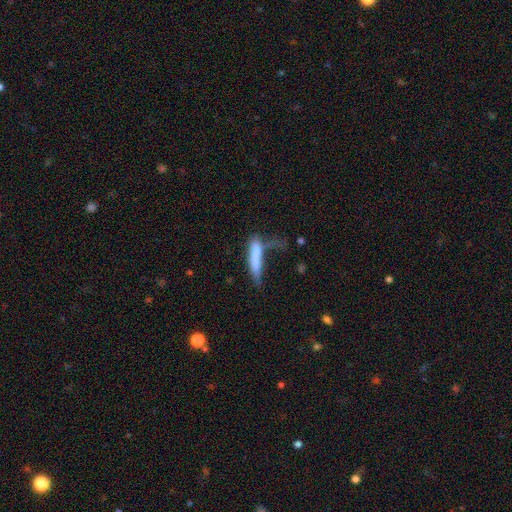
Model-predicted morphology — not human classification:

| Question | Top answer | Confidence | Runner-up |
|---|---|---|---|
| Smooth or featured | smooth | 67% | featured or disk (25%) |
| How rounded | cigar-shaped | 80% | in between (18%) |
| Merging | major disturbance | 34% | none (27%) |